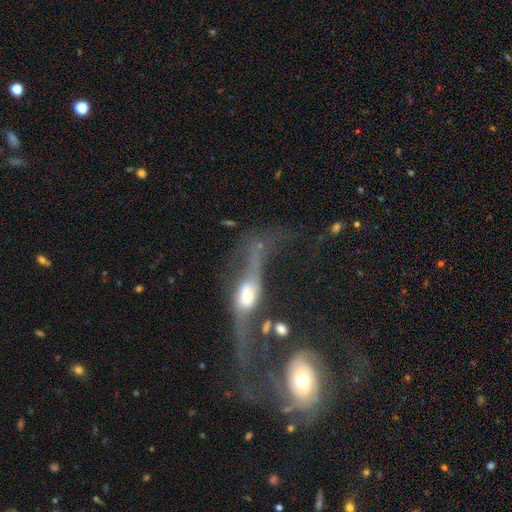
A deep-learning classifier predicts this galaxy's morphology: smooth_or_featured: featured or disk (p=0.77) [alt: smooth p=0.14]
disk_edge_on: yes (p=0.53) [alt: no p=0.47]
merging: major disturbance (p=0.32) [alt: none p=0.29]